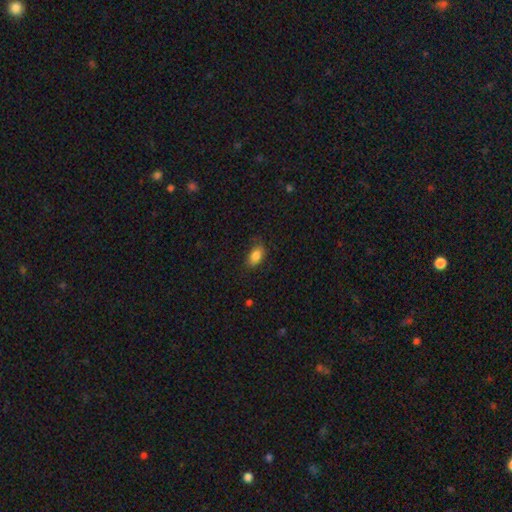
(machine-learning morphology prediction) type=smooth (86%); roundness=in between (88%); merging=none (76%).